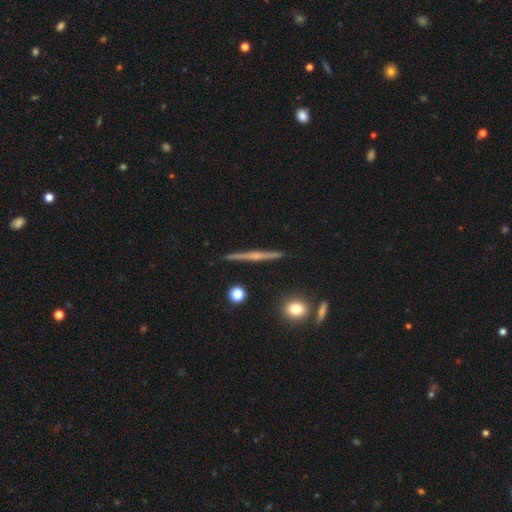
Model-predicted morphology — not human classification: smooth_or_featured: featured or disk (p=0.75) [alt: smooth p=0.19]
disk_edge_on: yes (p=0.98) [alt: no p=0.02]
edge_on_bulge: rounded (p=0.63) [alt: none p=0.30]
merging: none (p=0.91) [alt: minor disturbance p=0.06]